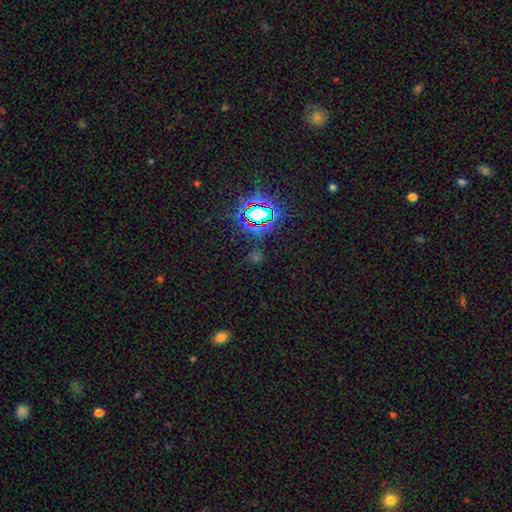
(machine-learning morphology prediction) Smooth or featured?
  - star or artifact: 71% *
  - smooth: 21%
  - featured or disk: 8%